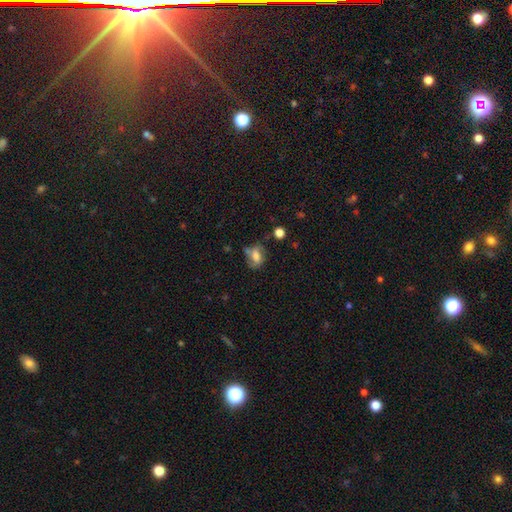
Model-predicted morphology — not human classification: Smooth or featured? Predicted: smooth (p=0.58). How rounded? Predicted: in between (p=0.73). Merging? Predicted: none (p=0.46).